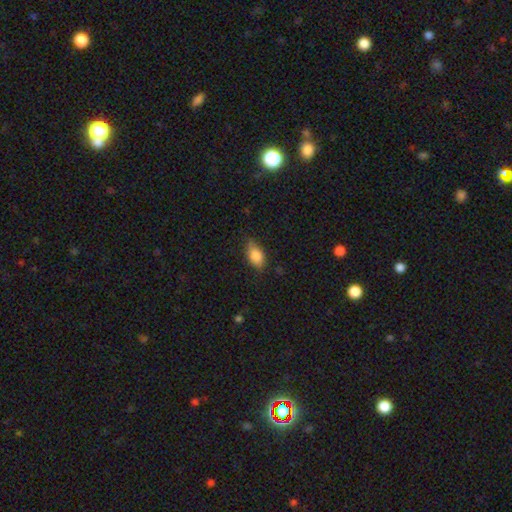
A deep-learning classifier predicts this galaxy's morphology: Overall: smooth (84%). How rounded: in between (88%). Merging: none (70%).